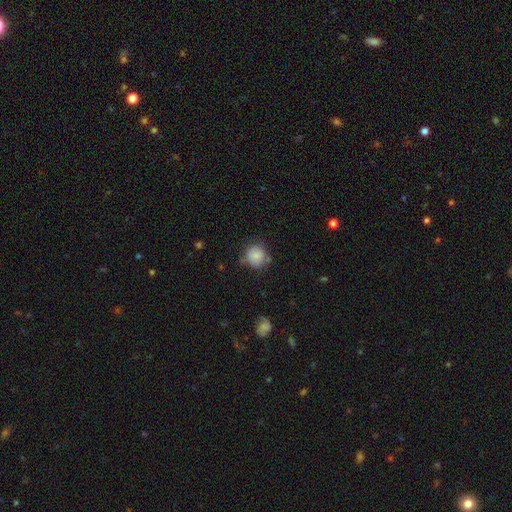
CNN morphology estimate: smooth_or_featured: smooth (p=0.82) [alt: featured or disk p=0.09]
how_rounded: round (p=0.86) [alt: in between p=0.13]
merging: none (p=0.68) [alt: minor disturbance p=0.20]